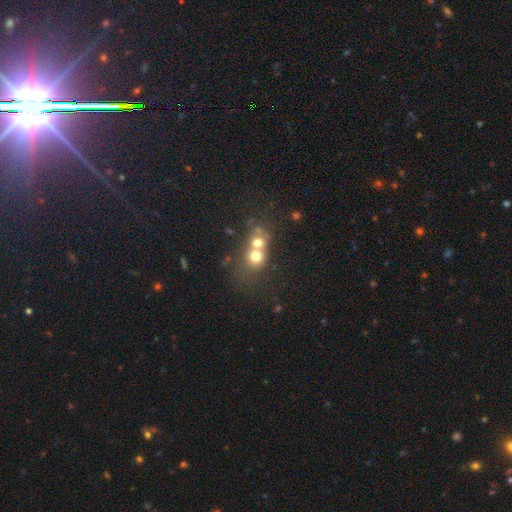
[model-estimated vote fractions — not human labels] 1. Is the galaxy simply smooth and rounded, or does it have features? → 67% smooth, 21% featured or disk, 13% star or artifact.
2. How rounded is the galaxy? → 73% round, 26% in between, 1% cigar-shaped.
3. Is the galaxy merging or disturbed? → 69% merger, 22% none, 5% minor disturbance, 4% major disturbance.